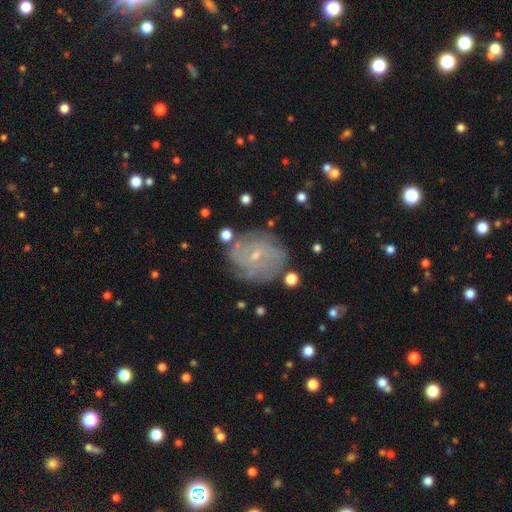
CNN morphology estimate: Smooth or featured? featured or disk (71%)
Edge-on disk? no (97%)
Bar? no (57%)
Spiral arms? yes (87%)
Spiral winding? tight (66%)
Spiral arm count? can't tell (50%)
Bulge size? small (80%)
Merging? none (76%)